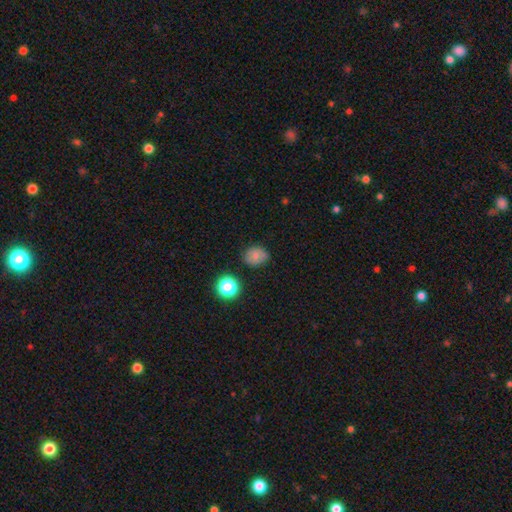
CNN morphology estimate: A smooth galaxy with no disk features (73%) that is round (61%). Merging: none (75%).